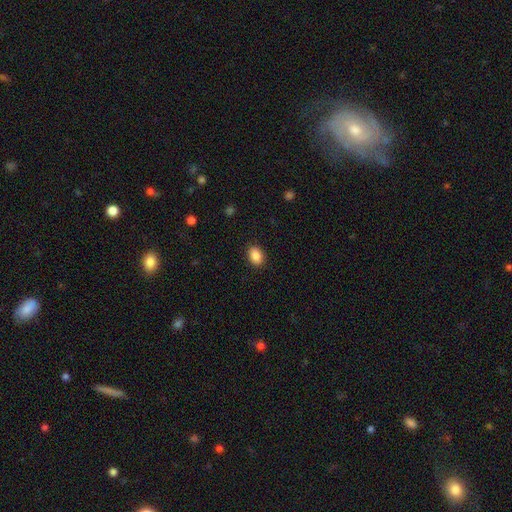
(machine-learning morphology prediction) This appears to be a smooth galaxy with no disk features (88%) that is in between round and cigar-shaped (78%). Merging: none (89%).